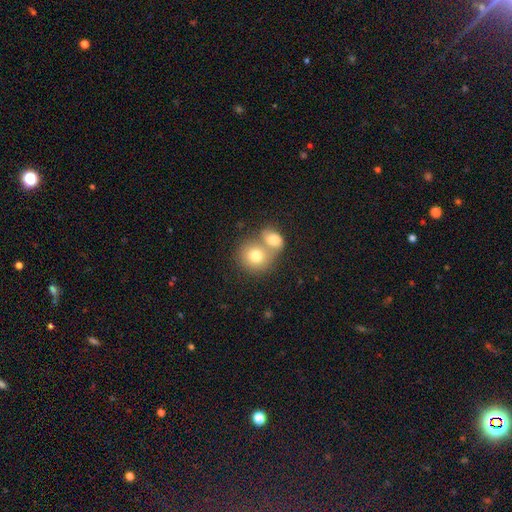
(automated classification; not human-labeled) smooth 75%, featured or disk 16%, star or artifact 8%. Down the decision tree: how rounded — round (79%); merging — merger (57%).